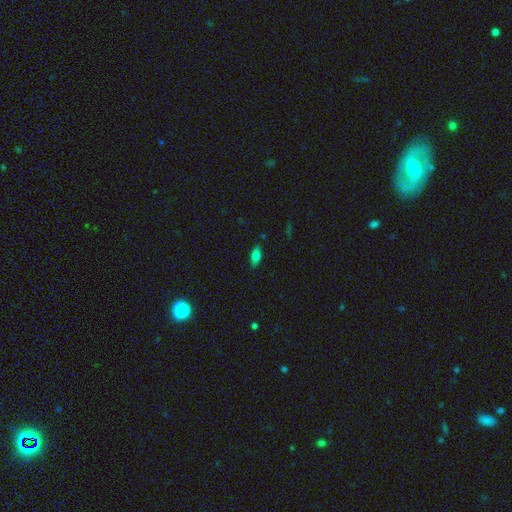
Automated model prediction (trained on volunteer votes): Smooth or featured?
  - smooth: 75% *
  - featured or disk: 14%
  - star or artifact: 10%
How rounded?
  - in between: 84% *
  - cigar-shaped: 12%
  - round: 4%
Merging?
  - none: 84% *
  - minor disturbance: 12%
  - major disturbance: 3%
  - merger: 2%